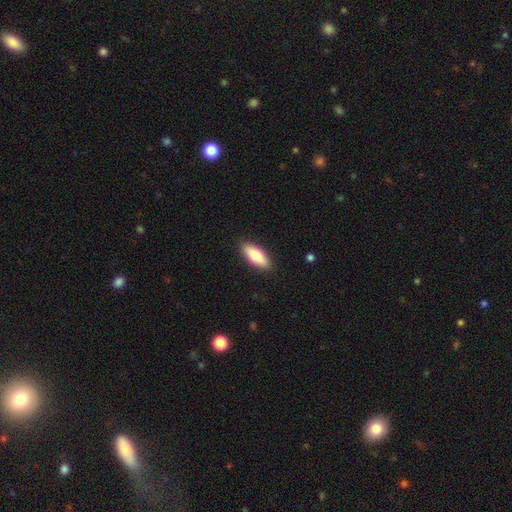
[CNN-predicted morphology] This is likely a smooth galaxy (78%). How rounded: likely in between (75%). Merging: clearly none (89%).